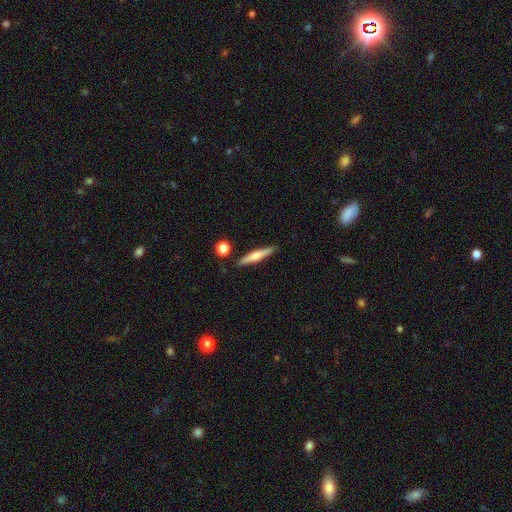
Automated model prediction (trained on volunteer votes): A smooth galaxy with no disk features (51%) that is cigar-shaped (90%). Merging: none (86%).